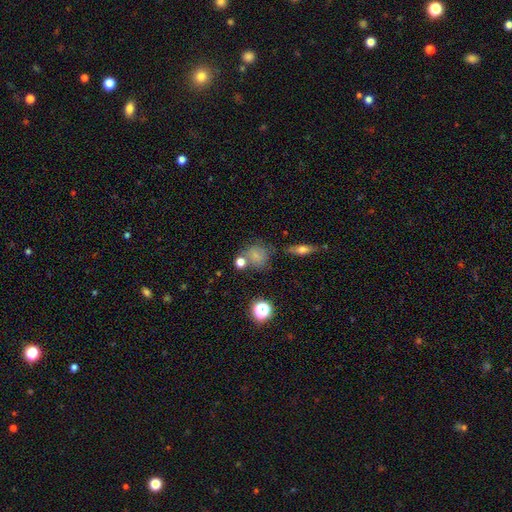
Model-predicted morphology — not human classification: type=smooth (69%); roundness=round (74%); merging=none (57%).